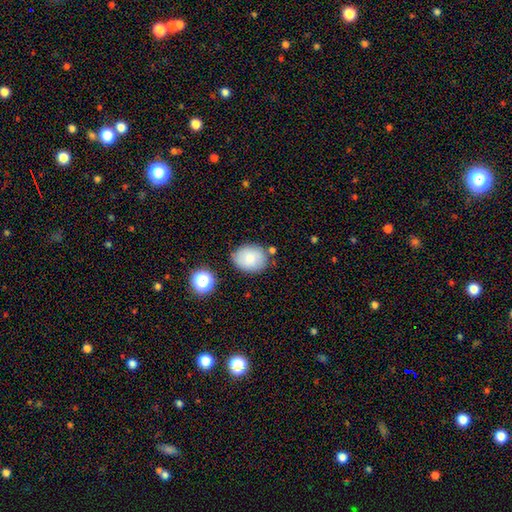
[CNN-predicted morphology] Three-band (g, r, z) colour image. It shows a smooth galaxy with no disk features (80%) that is in between round and cigar-shaped (60%). Merging: none (73%).